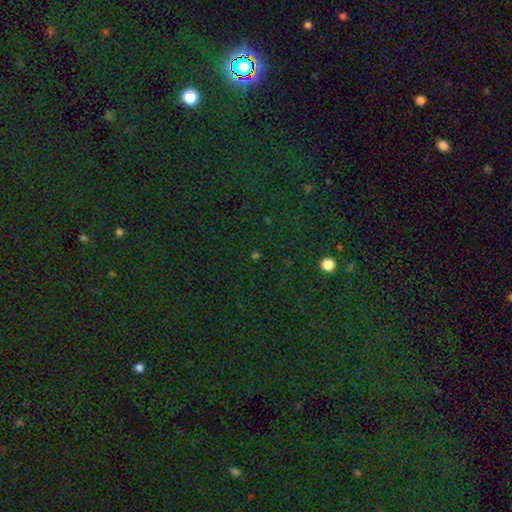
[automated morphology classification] Smooth or featured?
  - star or artifact: 69% *
  - smooth: 24%
  - featured or disk: 7%